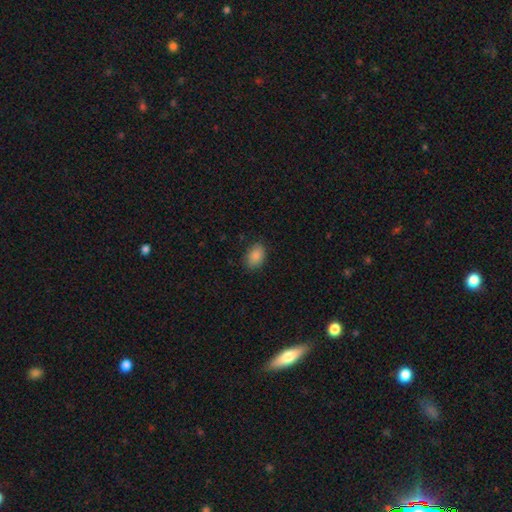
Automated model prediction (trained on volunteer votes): smooth-or-featured: smooth: 87% | star or artifact: 8% | featured or disk: 4%
  how-rounded: in between: 83% | round: 16% | cigar-shaped: 1%
  merging: none: 84% | minor disturbance: 12% | major disturbance: 3% | merger: 1%